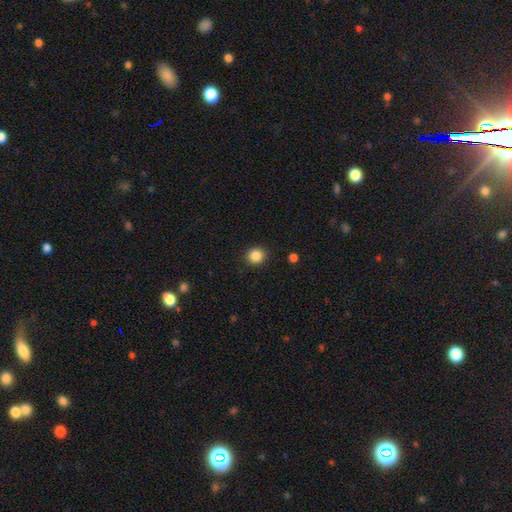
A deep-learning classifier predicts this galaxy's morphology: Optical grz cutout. It shows a smooth galaxy with no disk features (86%) that is round (90%). Merging: none (90%).